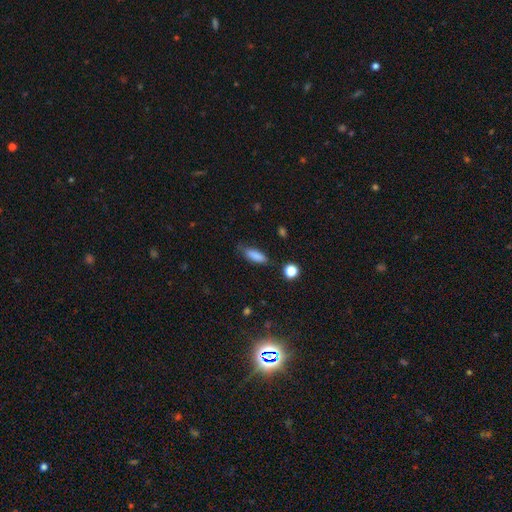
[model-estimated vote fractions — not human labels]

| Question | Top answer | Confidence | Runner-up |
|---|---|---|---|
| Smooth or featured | smooth | 84% | star or artifact (8%) |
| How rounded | in between | 63% | cigar-shaped (34%) |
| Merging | none | 68% | minor disturbance (24%) |